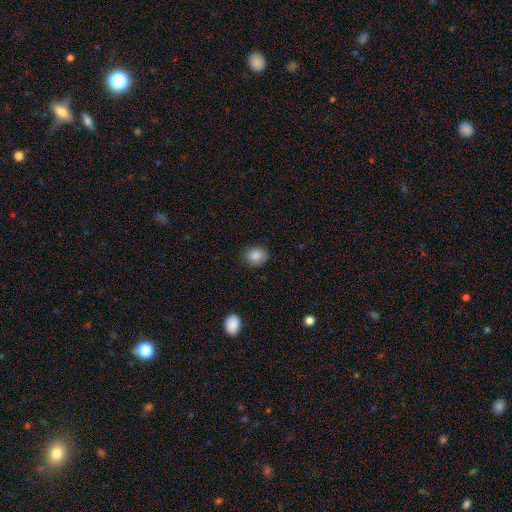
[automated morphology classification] smooth_or_featured: smooth (p=0.86) [alt: star or artifact p=0.09]
how_rounded: round (p=0.64) [alt: in between p=0.35]
merging: none (p=0.86) [alt: minor disturbance p=0.11]